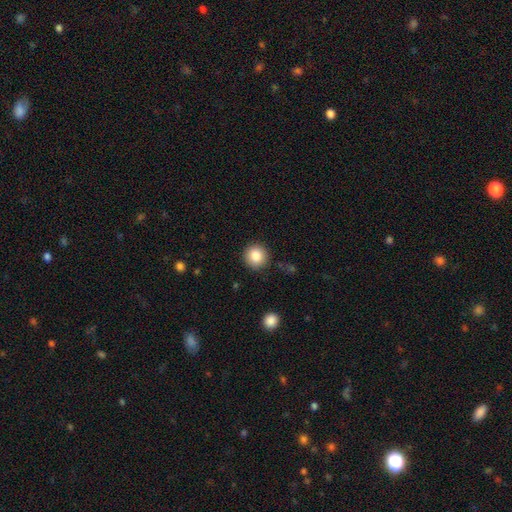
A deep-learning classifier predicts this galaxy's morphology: A smooth galaxy with no disk features (84%) that is round (94%).

Vote fractions:
- Smooth or featured? smooth: 84% / star or artifact: 9% / featured or disk: 6%
- How rounded? round: 94% / in between: 5% / cigar-shaped: 1%
- Merging? none: 90% / minor disturbance: 6% / major disturbance: 2% / merger: 1%